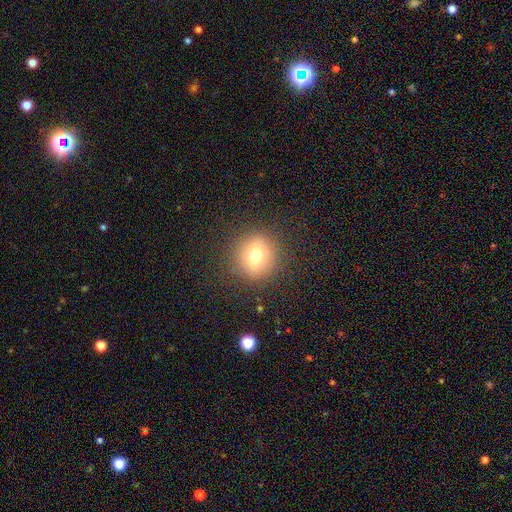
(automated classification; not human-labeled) A smooth galaxy with no disk features (73%) that is round (90%).

Vote fractions:
- Smooth or featured? smooth: 73% / star or artifact: 14% / featured or disk: 13%
- How rounded? round: 90% / in between: 9% / cigar-shaped: 1%
- Merging? none: 88% / minor disturbance: 7% / major disturbance: 4% / merger: 1%